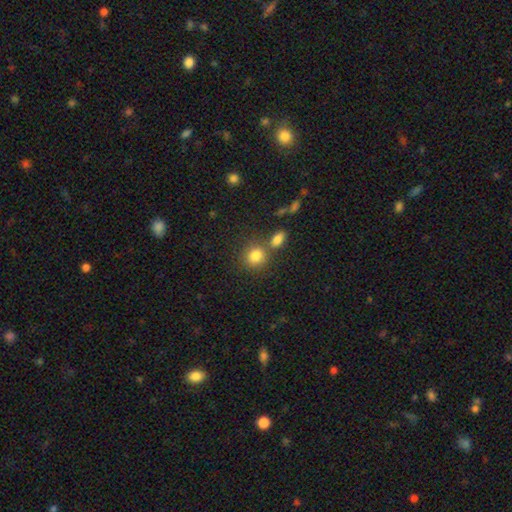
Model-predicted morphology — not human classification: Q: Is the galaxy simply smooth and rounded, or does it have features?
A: smooth — 82%.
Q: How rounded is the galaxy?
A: round — 81%.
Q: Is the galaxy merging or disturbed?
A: none — 64%.